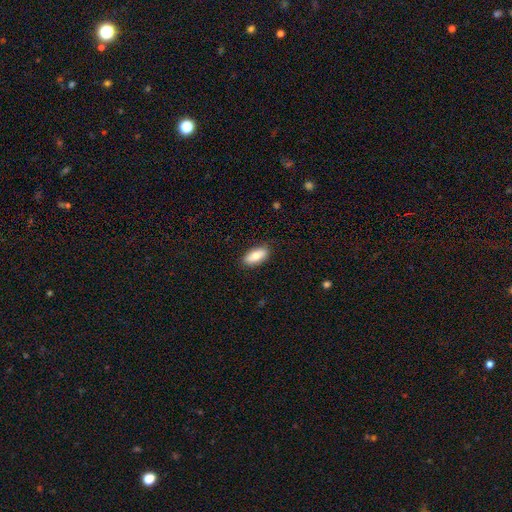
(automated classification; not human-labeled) smooth 78%, featured or disk 16%, star or artifact 6%. Down the decision tree: how rounded — in between (89%); merging — none (86%).